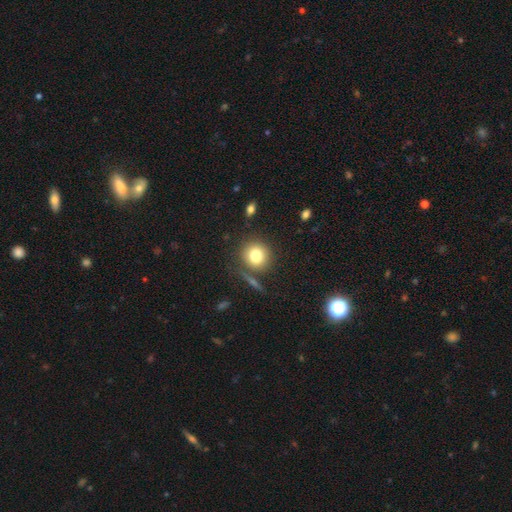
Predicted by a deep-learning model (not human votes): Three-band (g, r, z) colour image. It shows a smooth galaxy with no disk features (79%) that is round (89%). Merging: none (78%).